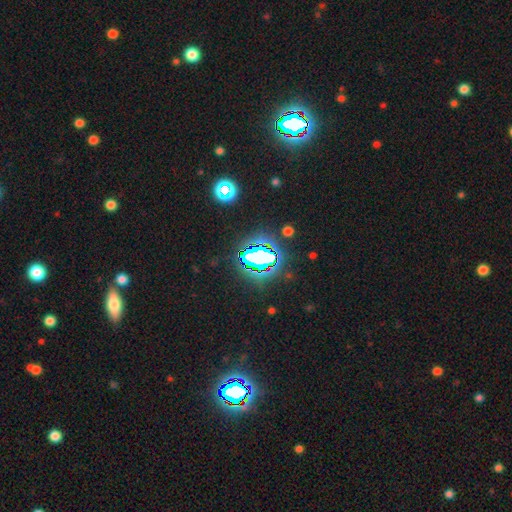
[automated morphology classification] Smooth or featured? star or artifact (71%)